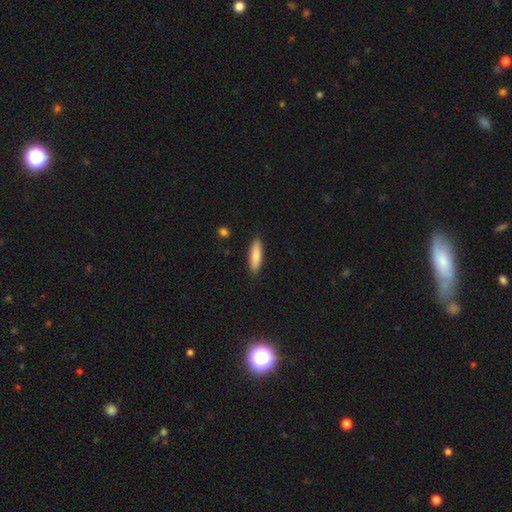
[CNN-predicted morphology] Smooth or featured?
  - smooth: 82% *
  - featured or disk: 12%
  - star or artifact: 6%
How rounded?
  - cigar-shaped: 61% *
  - in between: 37%
  - round: 2%
Merging?
  - none: 89% *
  - minor disturbance: 8%
  - major disturbance: 2%
  - merger: 1%